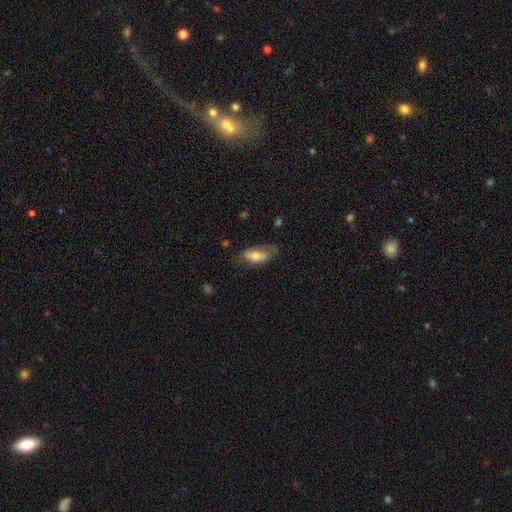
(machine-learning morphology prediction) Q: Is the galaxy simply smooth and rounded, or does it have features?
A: smooth — 62%.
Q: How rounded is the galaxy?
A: in between — 83%.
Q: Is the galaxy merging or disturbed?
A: none — 48%.